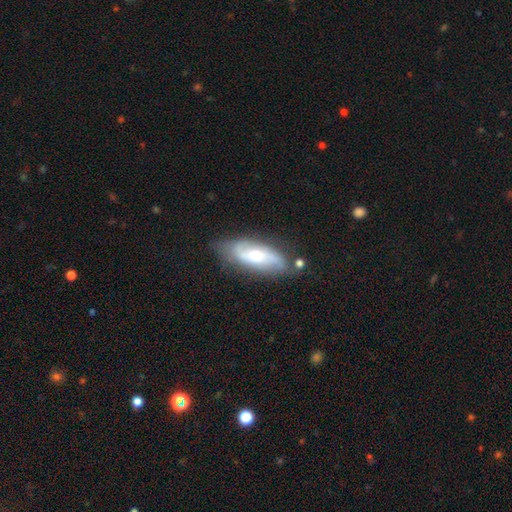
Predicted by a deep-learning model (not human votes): A featured or disk galaxy (57%).

Vote fractions:
- Smooth or featured? featured or disk: 57% / smooth: 36% / star or artifact: 7%
- Edge-on disk? no: 82% / yes: 18%
- Merging? none: 65% / minor disturbance: 23% / major disturbance: 6% / merger: 5%